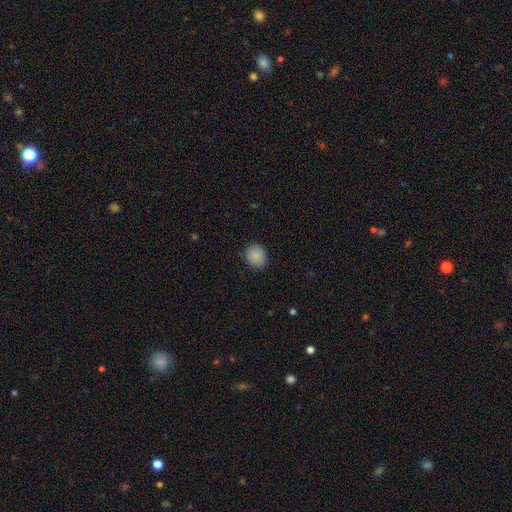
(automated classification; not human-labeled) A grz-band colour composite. It shows a smooth galaxy with no disk features (86%) that is round (66%). Merging: none (84%).